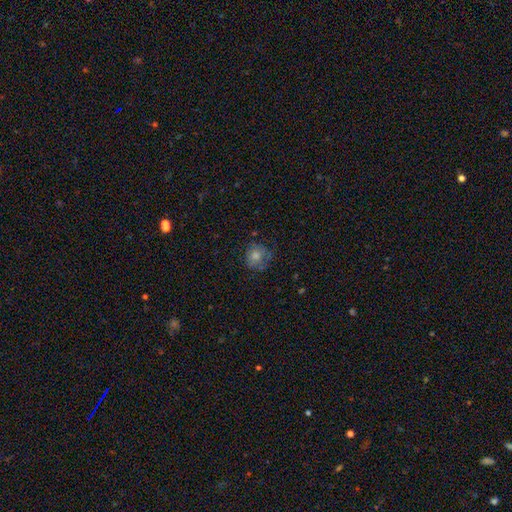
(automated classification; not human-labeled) This appears to be a smooth galaxy with no disk features (54%) that is round (81%). Merging: none (67%).